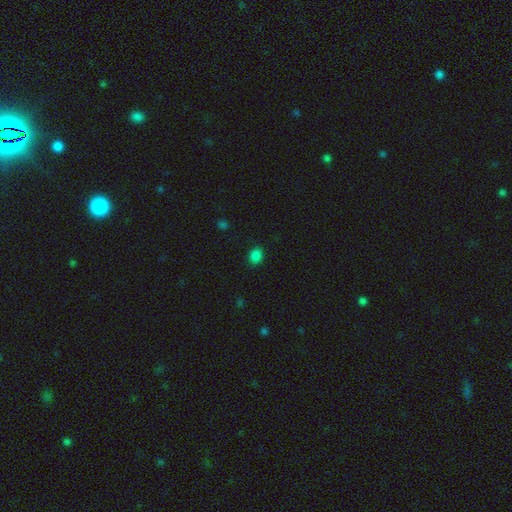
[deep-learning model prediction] Morphology: type=smooth (83%); roundness=round (52%); merging=none (87%).